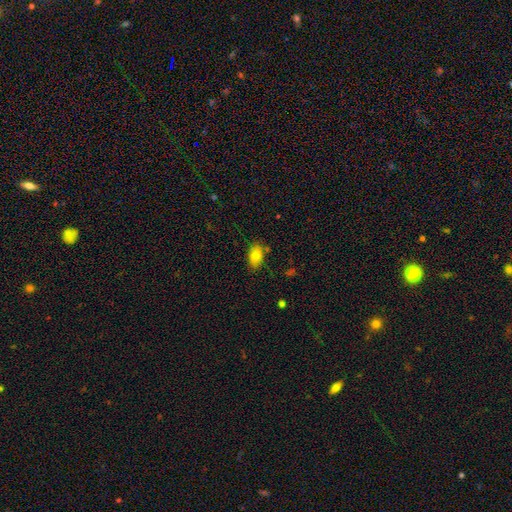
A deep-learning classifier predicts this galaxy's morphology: Overall: smooth (81%). How rounded: in between (89%). Merging: none (80%).